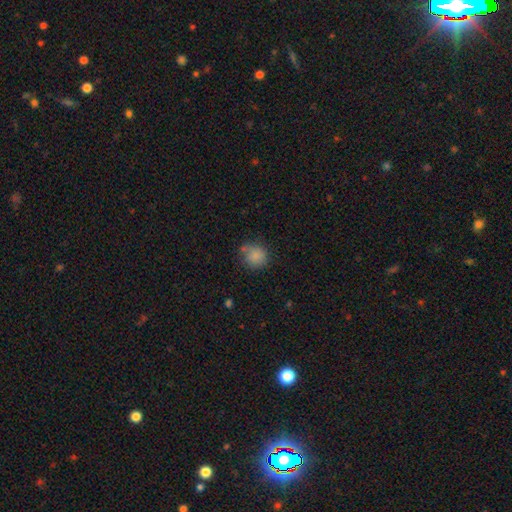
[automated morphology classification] Q: Smooth or featured?
A: smooth (82%); runner-up: star or artifact (10%)
Q: How rounded?
A: round (84%); runner-up: in between (15%)
Q: Merging?
A: none (65%); runner-up: minor disturbance (23%)